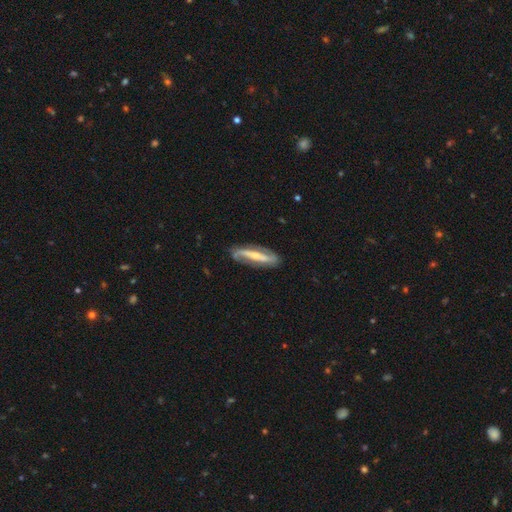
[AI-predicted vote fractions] Smooth or featured? Predicted: featured or disk (p=0.79). Edge-on disk? Predicted: no (p=0.77). Bar? Predicted: strong (p=0.63). Spiral arms? Predicted: yes (p=0.91). Spiral winding? Predicted: loose (p=0.39). Spiral arm count? Predicted: 2 (p=0.87). Bulge size? Predicted: small (p=0.51). Merging? Predicted: none (p=0.81).